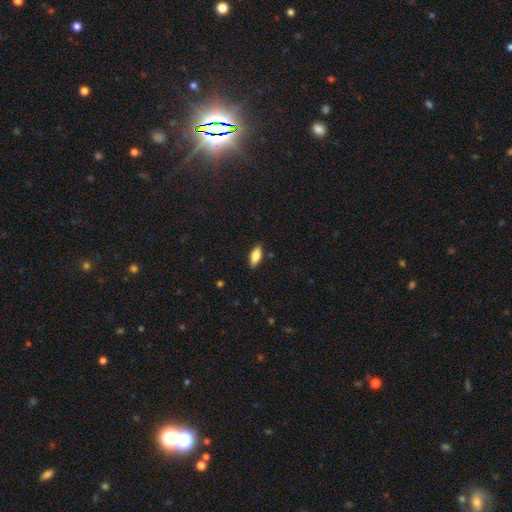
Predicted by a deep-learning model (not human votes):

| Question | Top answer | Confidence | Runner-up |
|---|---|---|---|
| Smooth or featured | smooth | 75% | featured or disk (18%) |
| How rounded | in between | 77% | cigar-shaped (21%) |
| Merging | none | 87% | minor disturbance (10%) |